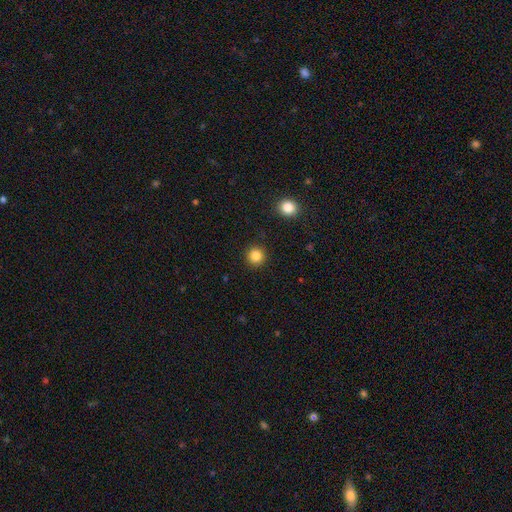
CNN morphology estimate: A smooth galaxy with no disk features (84%) that is round (94%). Merging: none (92%).